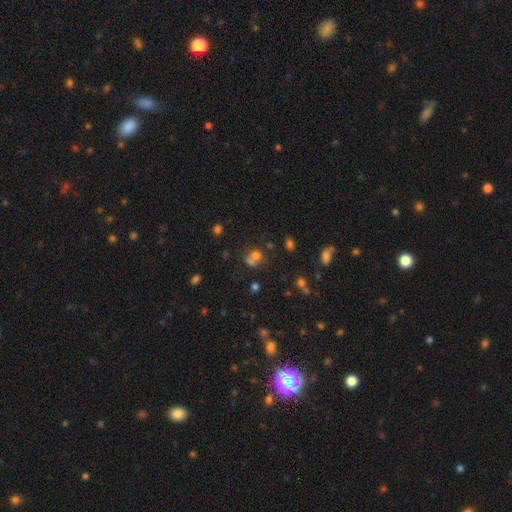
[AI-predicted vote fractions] Overall: smooth (65%). How rounded: round (73%). Merging: merger (47%; none 36%).